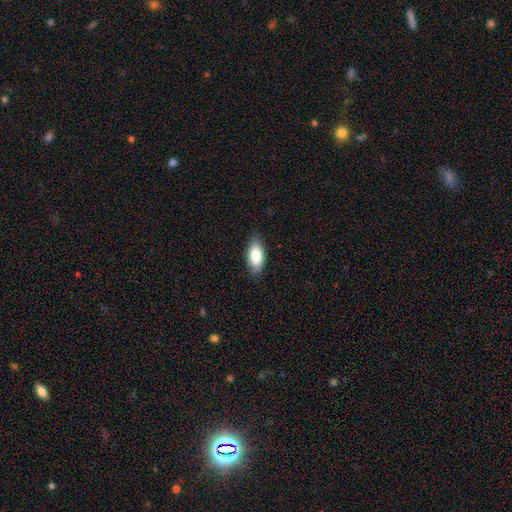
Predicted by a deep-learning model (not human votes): Smooth or featured?
  - smooth: 85% *
  - featured or disk: 9%
  - star or artifact: 6%
How rounded?
  - in between: 88% *
  - cigar-shaped: 9%
  - round: 2%
Merging?
  - none: 83% *
  - minor disturbance: 14%
  - major disturbance: 3%
  - merger: 1%